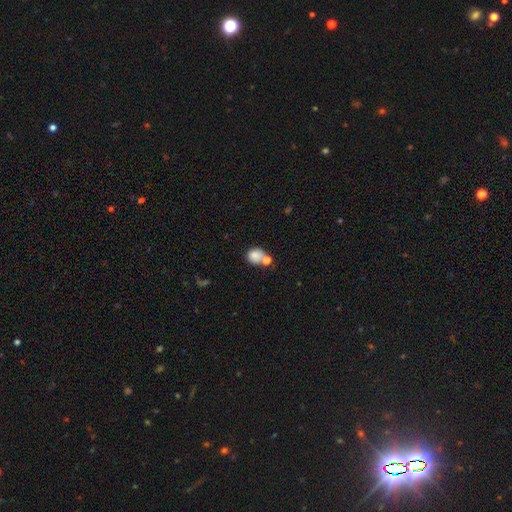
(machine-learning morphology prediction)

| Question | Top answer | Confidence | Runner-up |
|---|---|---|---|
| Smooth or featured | smooth | 79% | featured or disk (11%) |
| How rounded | round | 70% | in between (29%) |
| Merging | none | 44% | merger (36%) |